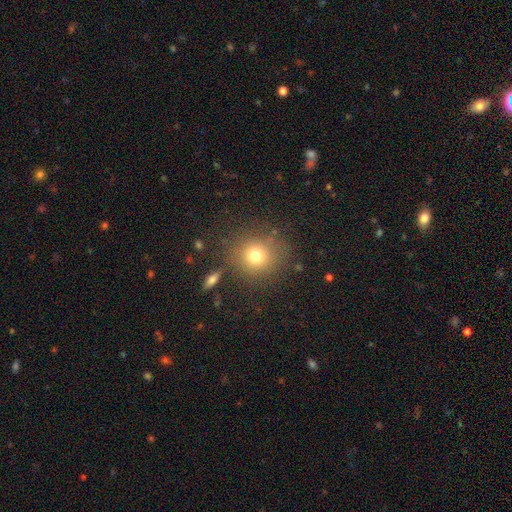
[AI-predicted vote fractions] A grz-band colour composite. It shows a smooth galaxy with no disk features (75%) that is round (86%). Merging: none (81%).